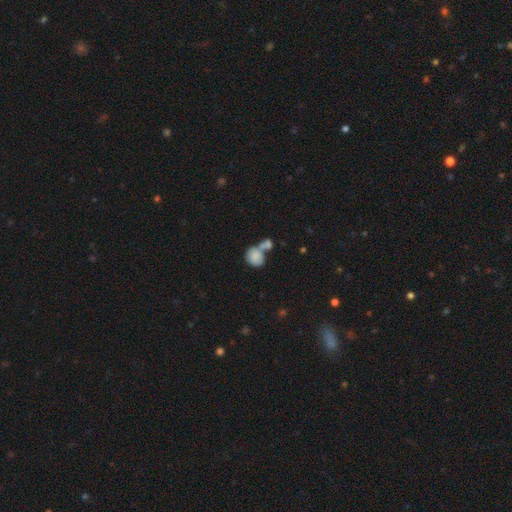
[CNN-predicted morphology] A smooth galaxy with no disk features (78%) that is round (62%). Merging: merger (59%).